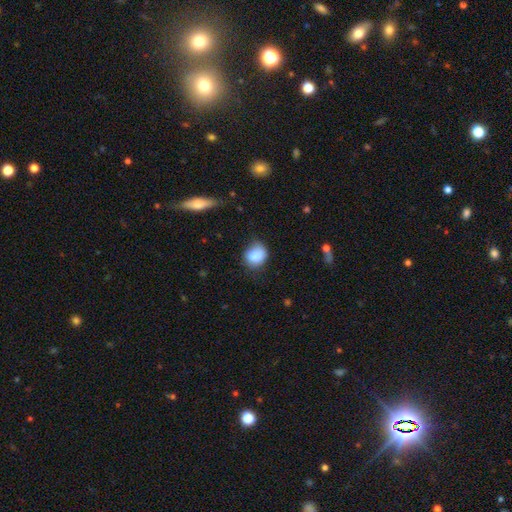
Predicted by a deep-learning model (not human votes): Overall: smooth (85%). How rounded: round (62%; in between 36%). Merging: none (58%; minor disturbance 31%).